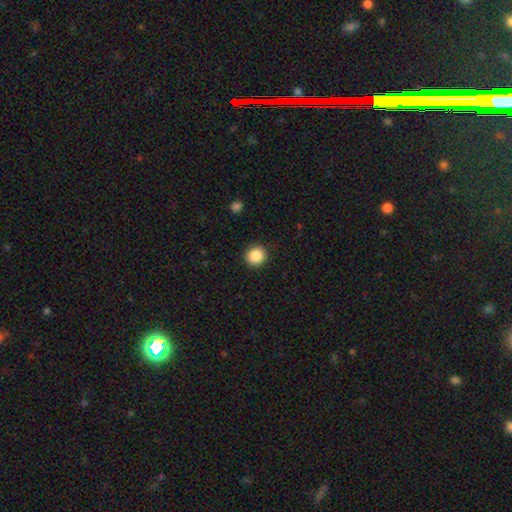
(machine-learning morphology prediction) Smooth or featured?
  - smooth: 87% *
  - star or artifact: 9%
  - featured or disk: 4%
How rounded?
  - round: 93% *
  - in between: 6%
  - cigar-shaped: 1%
Merging?
  - none: 92% *
  - minor disturbance: 6%
  - major disturbance: 2%
  - merger: 1%